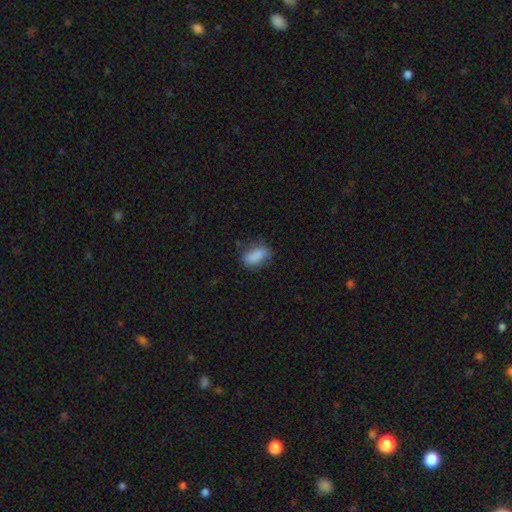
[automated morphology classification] smooth-or-featured: smooth: 85% | star or artifact: 8% | featured or disk: 7%
  how-rounded: in between: 86% | cigar-shaped: 7% | round: 7%
  merging: none: 69% | minor disturbance: 22% | major disturbance: 6% | merger: 2%